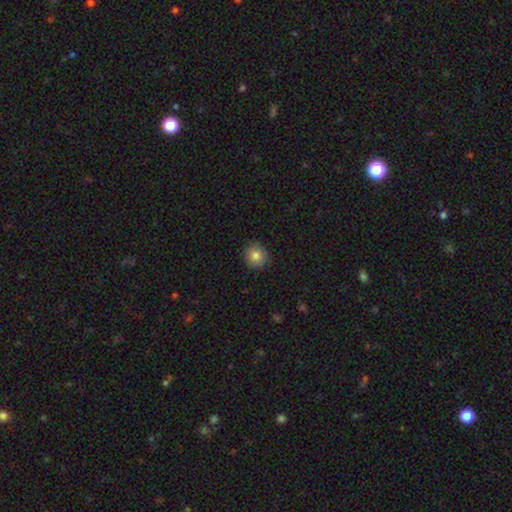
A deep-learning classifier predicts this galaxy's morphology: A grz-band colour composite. It shows a smooth galaxy with no disk features (84%) that is round (85%). Merging: none (89%).